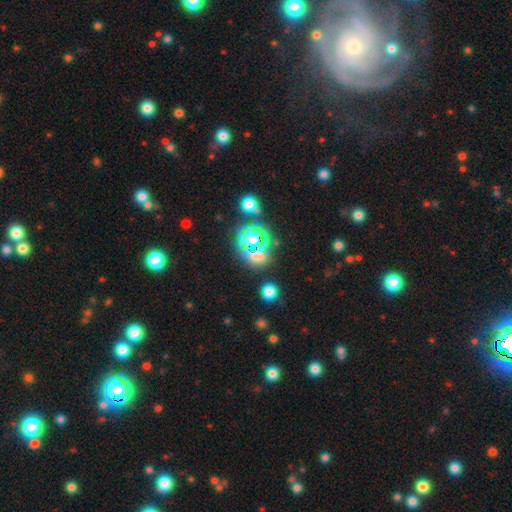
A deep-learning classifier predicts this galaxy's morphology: star or artifact 56%, smooth 33%, featured or disk 12%.